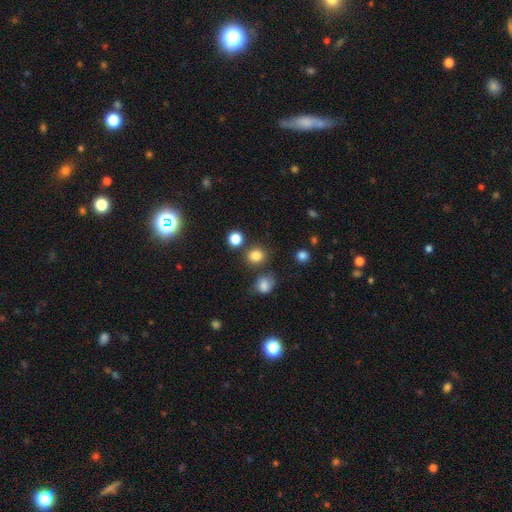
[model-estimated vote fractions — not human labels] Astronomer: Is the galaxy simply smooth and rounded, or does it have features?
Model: smooth — 81%.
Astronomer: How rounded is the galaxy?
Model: round — 84%.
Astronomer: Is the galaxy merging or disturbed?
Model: none — 78%.